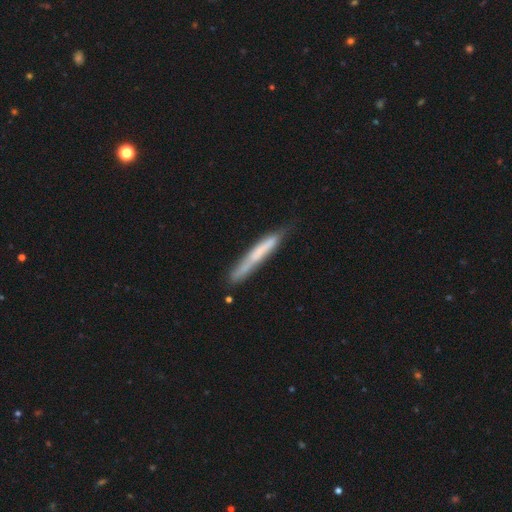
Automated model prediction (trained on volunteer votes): smooth-or-featured: smooth: 52% | featured or disk: 41% | star or artifact: 7%
  how-rounded: cigar-shaped: 95% | in between: 3% | round: 1%
  merging: none: 72% | minor disturbance: 21% | major disturbance: 4% | merger: 3%